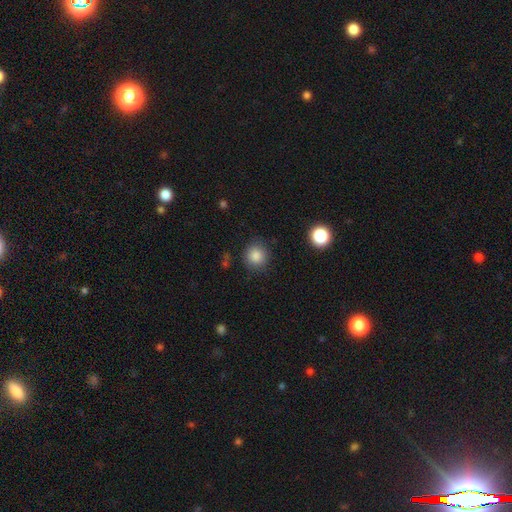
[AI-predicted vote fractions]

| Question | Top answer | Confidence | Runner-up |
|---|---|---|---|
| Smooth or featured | smooth | 85% | star or artifact (11%) |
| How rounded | round | 91% | in between (8%) |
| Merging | none | 85% | minor disturbance (10%) |